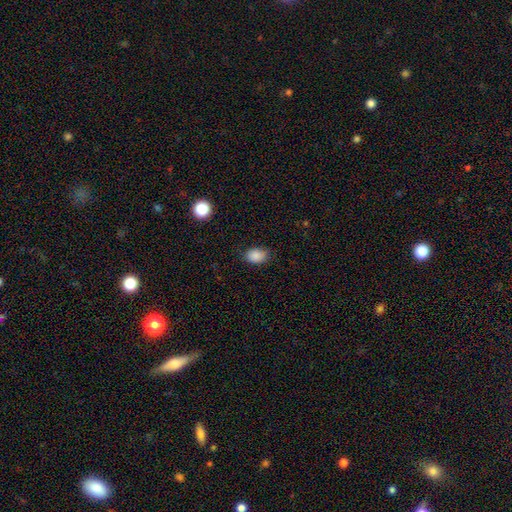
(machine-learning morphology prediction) Smooth or featured: smooth — 87% (star or artifact — 9%)
How rounded: in between — 72% (round — 27%)
Merging: none — 80% (minor disturbance — 16%)